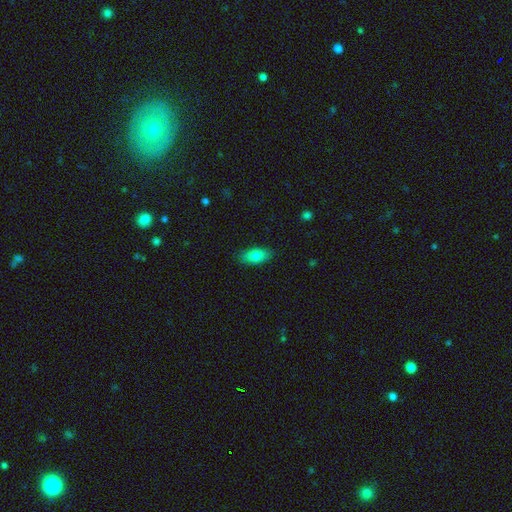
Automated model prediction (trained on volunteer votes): Smooth or featured? smooth (81%)
How rounded? in between (88%)
Merging? none (87%)